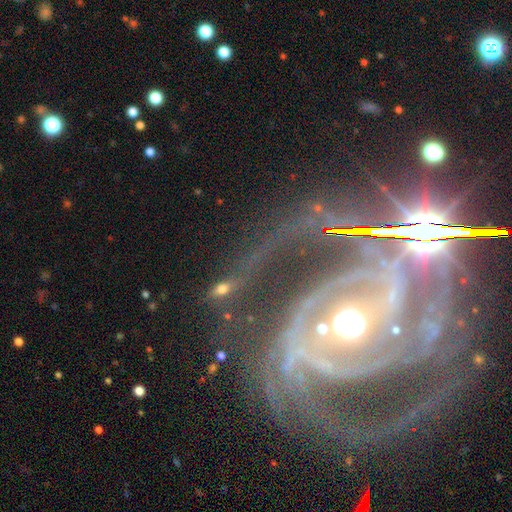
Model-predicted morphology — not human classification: Smooth or featured? Predicted: featured or disk (p=0.87). Edge-on disk? Predicted: no (p=0.97). Bar? Predicted: no (p=0.51). Spiral arms? Predicted: yes (p=0.97). Spiral winding? Predicted: tight (p=0.52). Spiral arm count? Predicted: 2 (p=0.42). Bulge size? Predicted: moderate (p=0.67). Merging? Predicted: none (p=0.62).